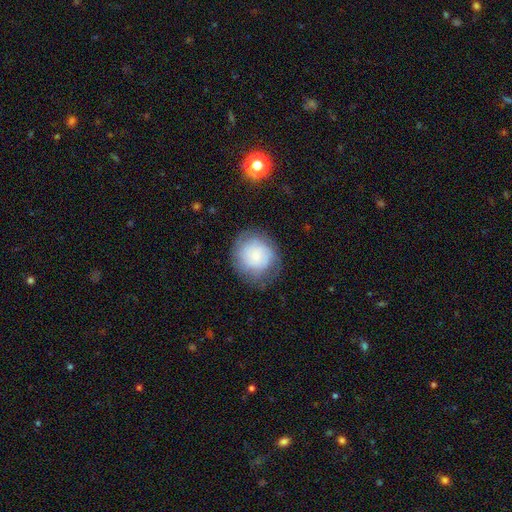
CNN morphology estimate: Overall: smooth (57%; featured or disk 34%). How rounded: round (88%). Merging: none (70%).